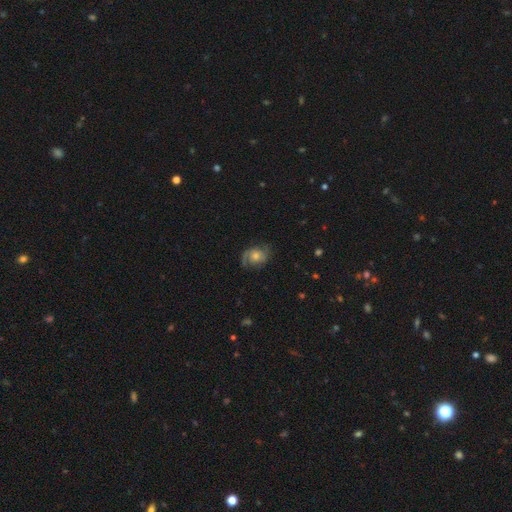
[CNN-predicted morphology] This is likely a featured or disk galaxy (71%). It is clearly not viewed edge-on (97%). Bar: likely no (70%). Spiral arm pattern: clearly yes (93%). Spiral arm count: likely 2 (74%). Spiral winding: possibly medium (48%). Central bulge: possibly moderate (55%). Merging: likely none (73%).